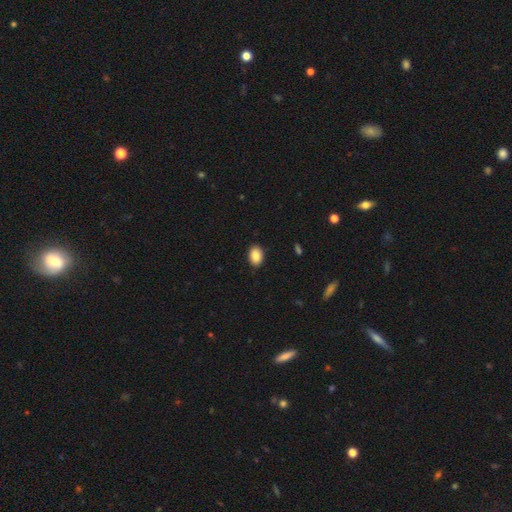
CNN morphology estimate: Smooth or featured? smooth (88%)
How rounded? in between (84%)
Merging? none (89%)